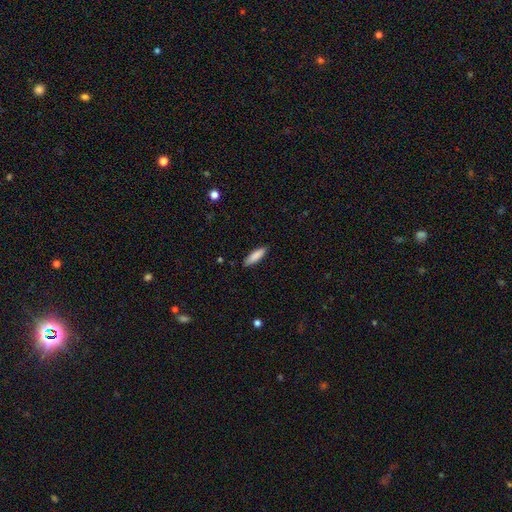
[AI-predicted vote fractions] Smooth or featured? Predicted: smooth (p=0.87). How rounded? Predicted: cigar-shaped (p=0.60). Merging? Predicted: none (p=0.88).